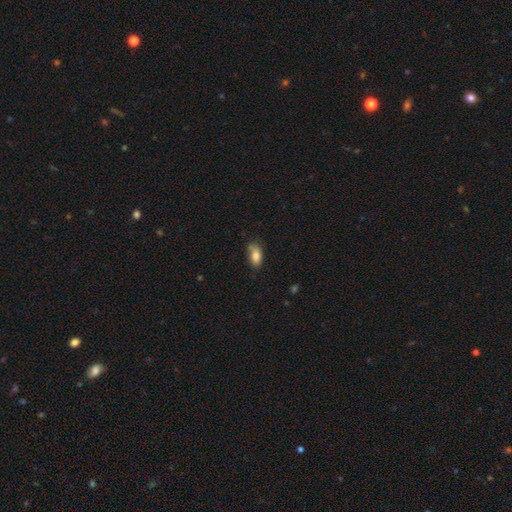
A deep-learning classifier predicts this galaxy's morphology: The model was most divided on "merging": none: 58%, minor disturbance: 31%, major disturbance: 7%, merger: 4%. More confident: how rounded — in between (89%); smooth or featured — smooth (82%).